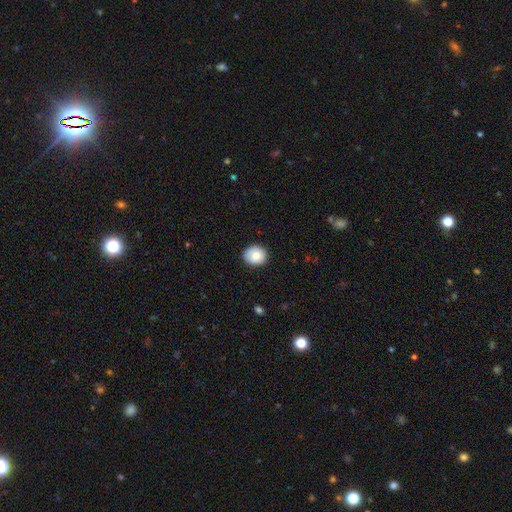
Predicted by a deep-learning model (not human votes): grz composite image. It shows a smooth galaxy with no disk features (79%) that is round (74%). Merging: none (82%).